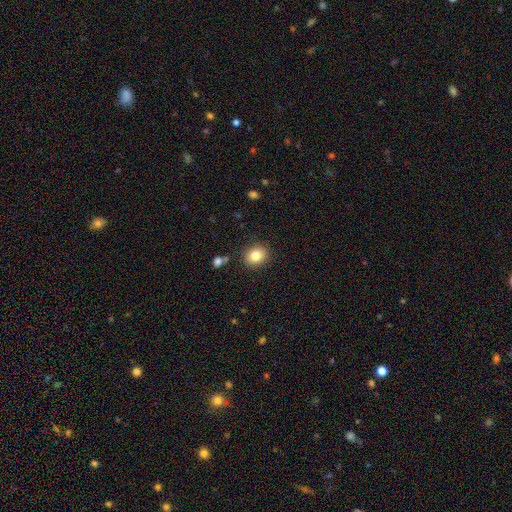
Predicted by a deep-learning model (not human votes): This appears to be a smooth galaxy with no disk features (83%) that is round (63%). Merging: none (87%).